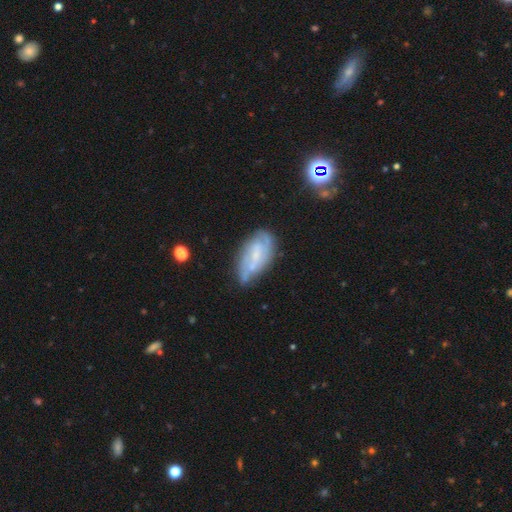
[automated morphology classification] Q: Smooth or featured?
A: featured or disk (60%); runner-up: smooth (32%)
Q: Edge-on disk?
A: no (92%); runner-up: yes (8%)
Q: Bar?
A: no (44%); runner-up: weak (42%)
Q: Spiral arms?
A: yes (70%); runner-up: no (30%)
Q: Bulge size?
A: small (51%); runner-up: none (27%)
Q: Merging?
A: none (54%); runner-up: minor disturbance (30%)